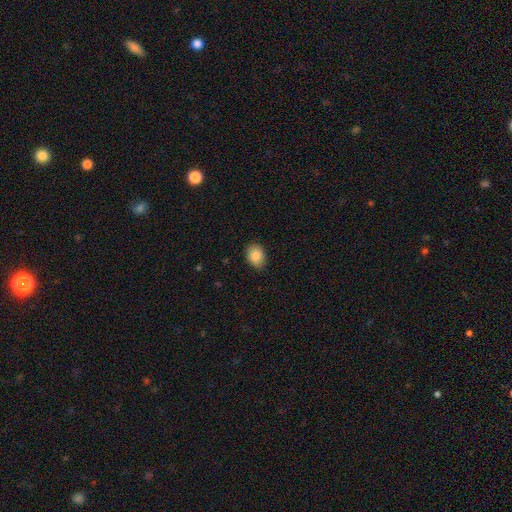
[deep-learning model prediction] Smooth or featured? smooth (87%)
How rounded? in between (68%)
Merging? none (85%)